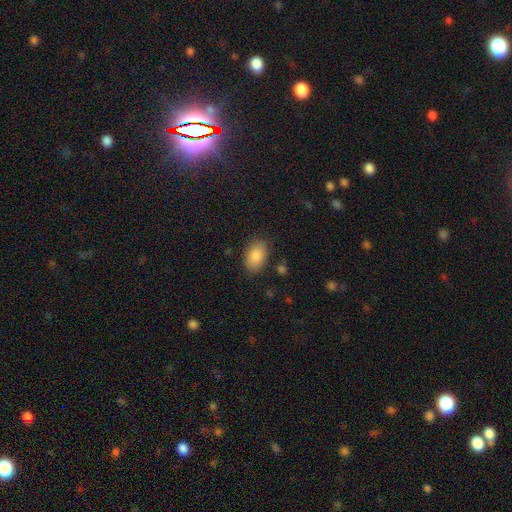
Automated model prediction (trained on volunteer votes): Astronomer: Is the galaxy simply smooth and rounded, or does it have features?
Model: smooth — 87%.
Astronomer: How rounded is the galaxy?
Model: in between — 88%.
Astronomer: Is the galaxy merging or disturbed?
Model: none — 83%.